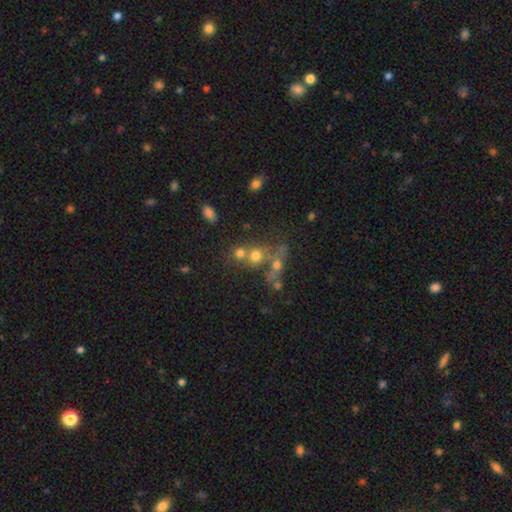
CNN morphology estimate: type=smooth (57%); roundness=round (78%); merging=merger (47%).